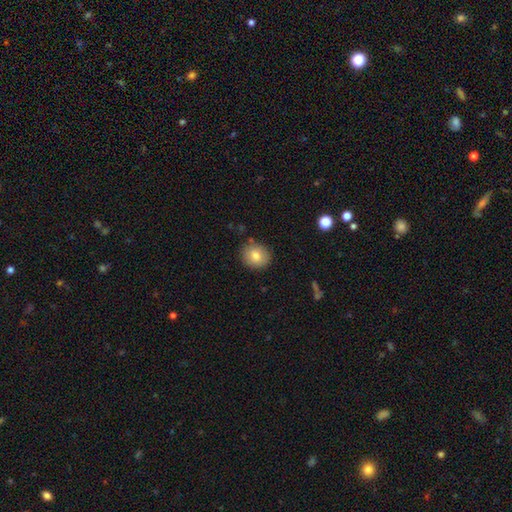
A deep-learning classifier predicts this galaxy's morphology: Q: Smooth or featured?
A: smooth (79%); runner-up: featured or disk (12%)
Q: How rounded?
A: round (79%); runner-up: in between (20%)
Q: Merging?
A: none (85%); runner-up: minor disturbance (10%)